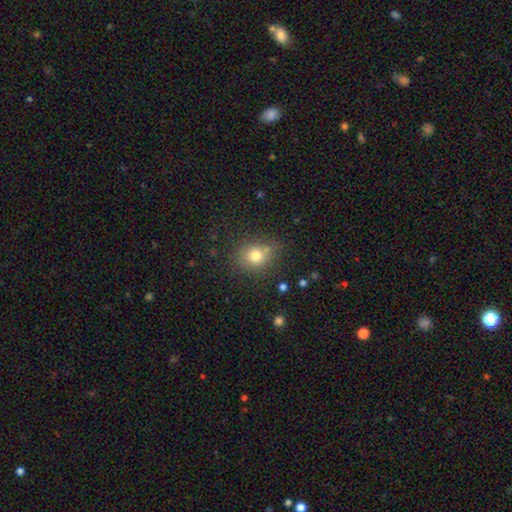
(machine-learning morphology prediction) The model was most divided on "how rounded": round: 70%, in between: 29%, cigar-shaped: 1%. More confident: smooth or featured — smooth (76%); merging — none (68%).